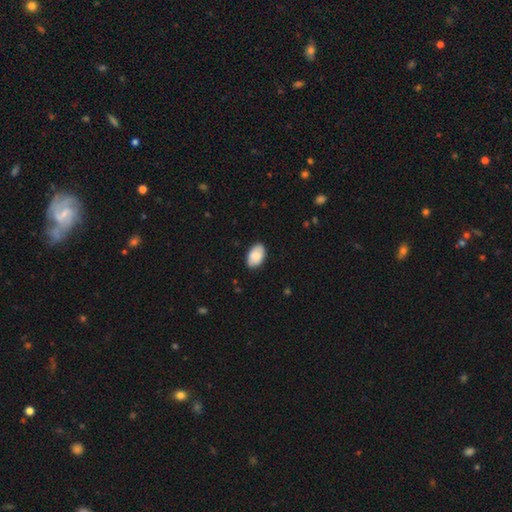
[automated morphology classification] Smooth or featured: smooth — 82% (featured or disk — 12%)
How rounded: in between — 93% (round — 6%)
Merging: none — 84% (minor disturbance — 13%)